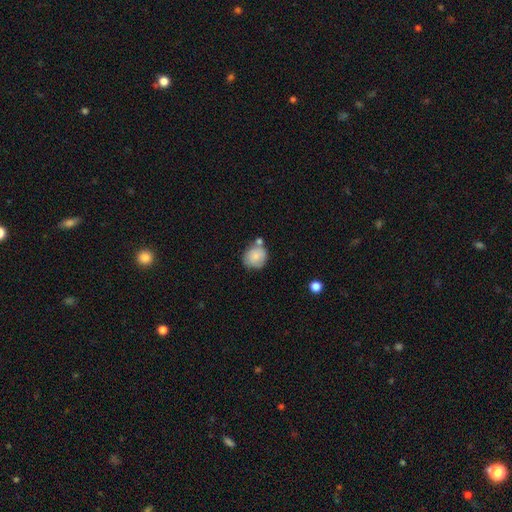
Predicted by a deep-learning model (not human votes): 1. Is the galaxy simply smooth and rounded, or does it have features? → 80% smooth, 13% featured or disk, 7% star or artifact.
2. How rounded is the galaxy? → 78% round, 21% in between, 1% cigar-shaped.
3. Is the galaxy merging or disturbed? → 53% none, 22% merger, 20% minor disturbance, 6% major disturbance.